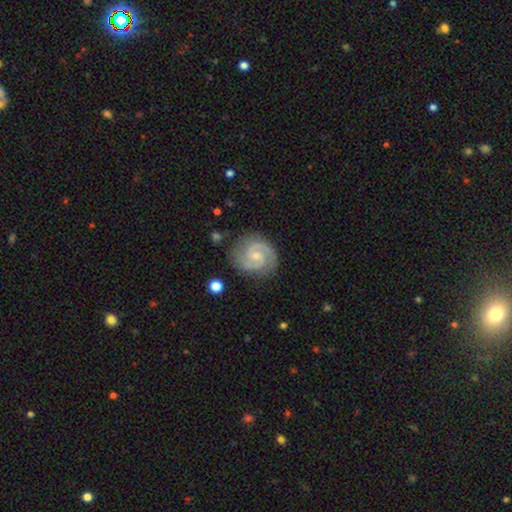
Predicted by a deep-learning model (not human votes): This is clearly a featured or disk galaxy (87%). It is clearly not viewed edge-on (98%). Bar: possibly no (58%). Spiral arm pattern: clearly yes (98%). Spiral arm count: clearly 2 (87%). Spiral winding: possibly tight (48%). Central bulge: likely small (66%). Merging: likely none (80%).